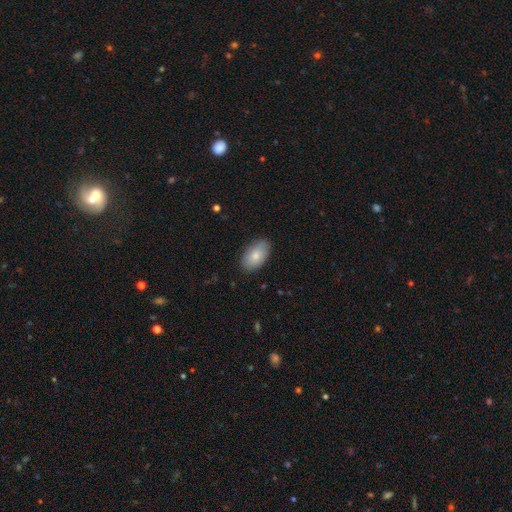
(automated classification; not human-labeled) This appears to be a smooth galaxy with no disk features (81%) that is in between round and cigar-shaped (94%). Merging: none (86%).